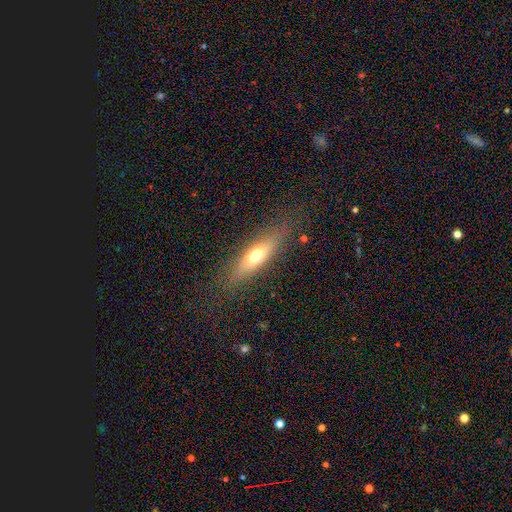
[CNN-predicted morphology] type=smooth (59%); roundness=cigar-shaped (58%); merging=none (80%).